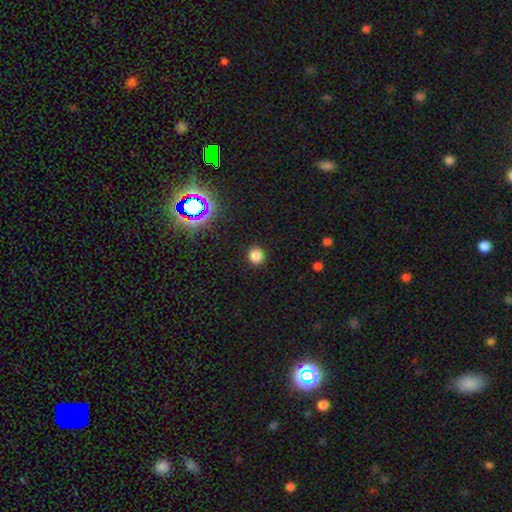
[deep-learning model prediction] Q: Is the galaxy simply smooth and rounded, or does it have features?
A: smooth — 81%.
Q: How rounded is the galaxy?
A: round — 86%.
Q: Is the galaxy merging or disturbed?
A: none — 90%.